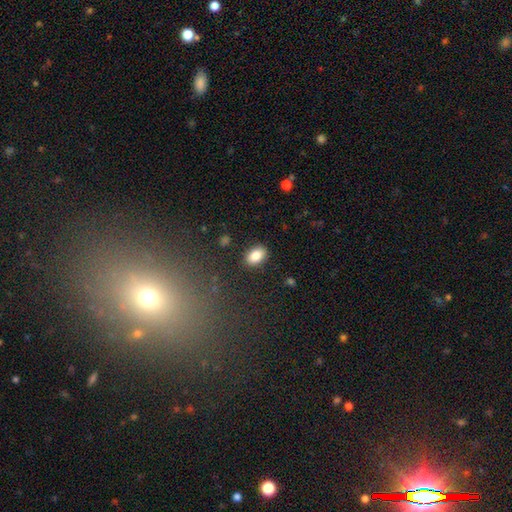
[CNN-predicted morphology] A smooth galaxy with no disk features (85%) that is in between round and cigar-shaped (86%). Merging: none (87%).